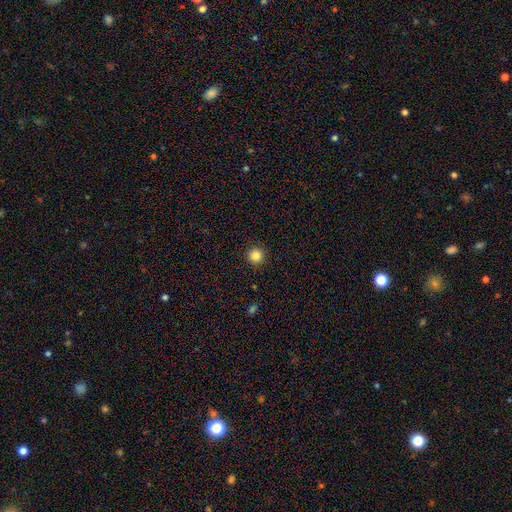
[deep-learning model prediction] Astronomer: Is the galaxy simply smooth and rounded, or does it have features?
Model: smooth — 85%.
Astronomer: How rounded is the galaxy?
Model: round — 96%.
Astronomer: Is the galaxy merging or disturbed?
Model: none — 93%.